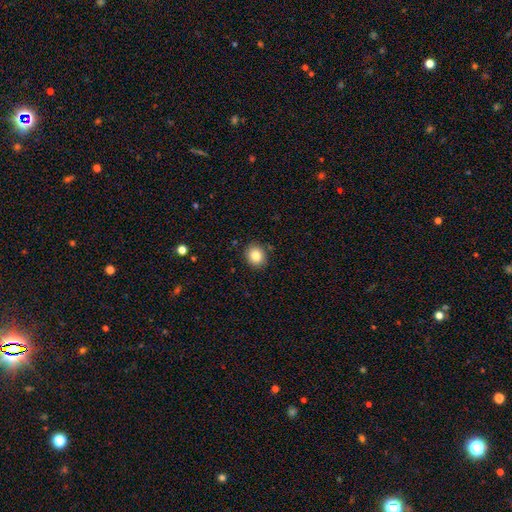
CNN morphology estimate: Smooth or featured?
  - smooth: 83% *
  - star or artifact: 10%
  - featured or disk: 7%
How rounded?
  - round: 72% *
  - in between: 27%
  - cigar-shaped: 1%
Merging?
  - none: 88% *
  - minor disturbance: 8%
  - major disturbance: 2%
  - merger: 1%